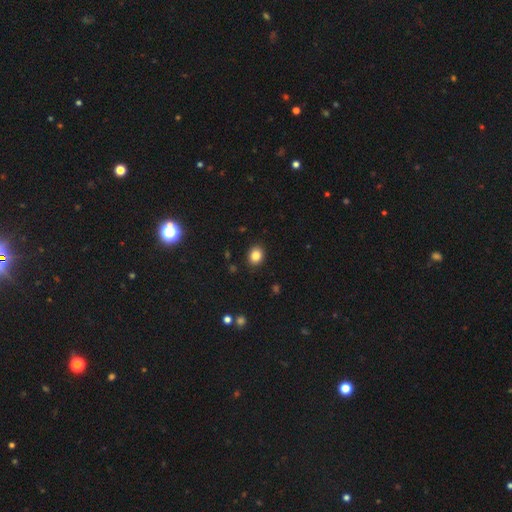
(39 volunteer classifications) smooth-or-featured: smooth: 87% | featured or disk: 8% | star or artifact: 5%
  how-rounded: round: 59% | in between: 41% | cigar-shaped: 0%
  merging: none: 92% | minor disturbance: 8% | major disturbance: 0% | merger: 0%